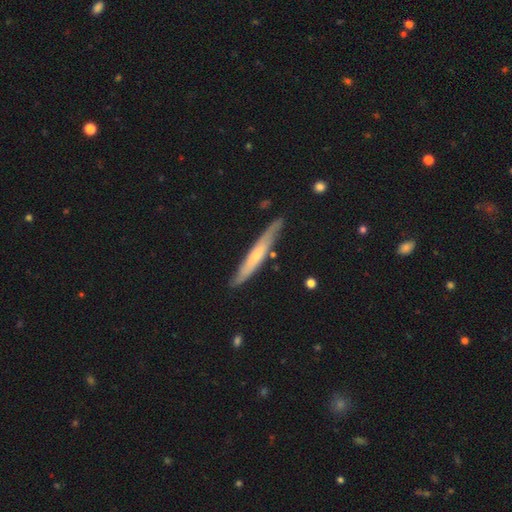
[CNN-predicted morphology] Smooth or featured: featured or disk — 51% (smooth — 43%)
Edge-on disk: yes — 86% (no — 14%)
Merging: none — 80% (minor disturbance — 15%)